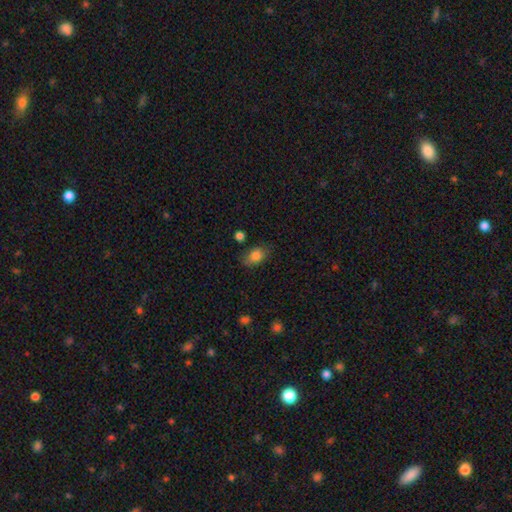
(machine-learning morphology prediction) Smooth or featured? Predicted: smooth (p=0.83). How rounded? Predicted: in between (p=0.81). Merging? Predicted: none (p=0.74).